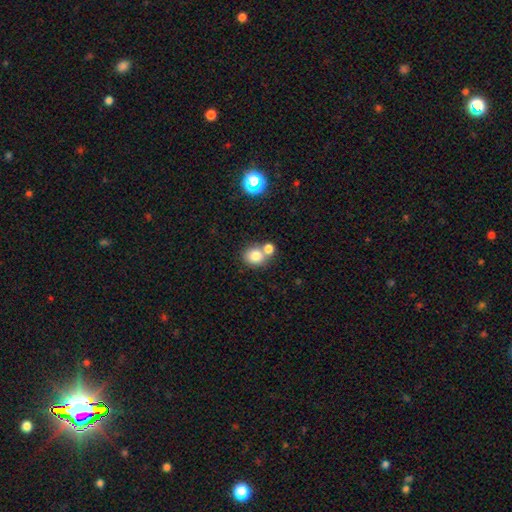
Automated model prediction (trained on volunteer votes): Q: Smooth or featured?
A: smooth (79%); runner-up: star or artifact (11%)
Q: How rounded?
A: round (73%); runner-up: in between (26%)
Q: Merging?
A: none (47%); runner-up: merger (42%)